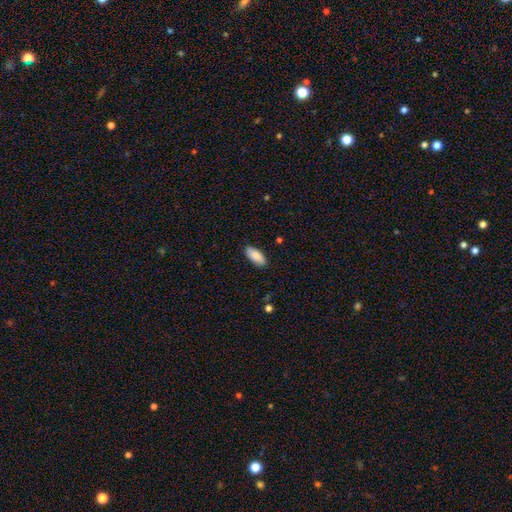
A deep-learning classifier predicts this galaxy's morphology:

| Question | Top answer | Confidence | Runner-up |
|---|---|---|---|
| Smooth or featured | smooth | 88% | featured or disk (6%) |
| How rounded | in between | 86% | cigar-shaped (12%) |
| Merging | none | 86% | minor disturbance (10%) |